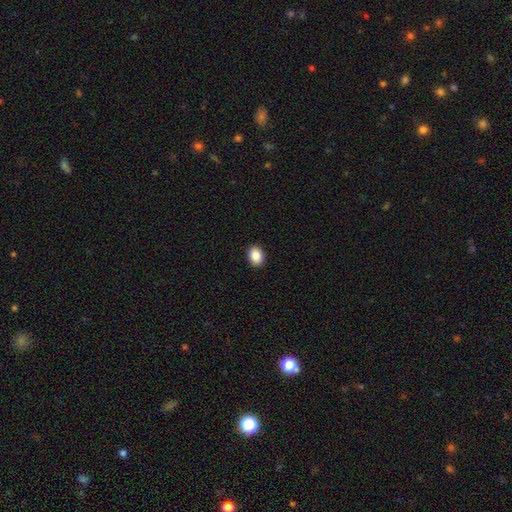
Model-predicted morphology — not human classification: This appears to be a smooth galaxy with no disk features (87%) that is in between round and cigar-shaped (71%). Merging: none (91%).